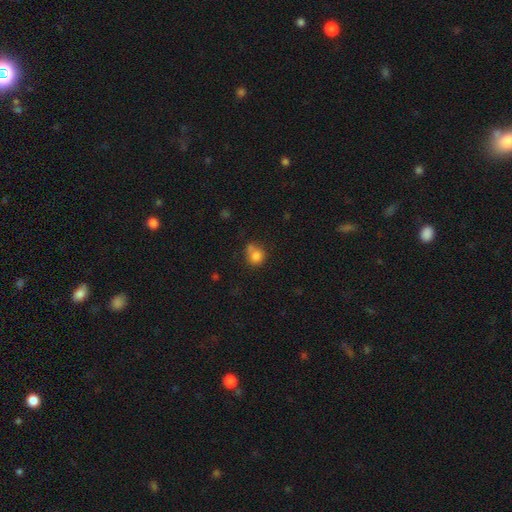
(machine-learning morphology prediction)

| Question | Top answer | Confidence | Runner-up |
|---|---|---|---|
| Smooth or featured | smooth | 81% | star or artifact (11%) |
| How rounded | round | 76% | in between (23%) |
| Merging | none | 47% | minor disturbance (23%) |